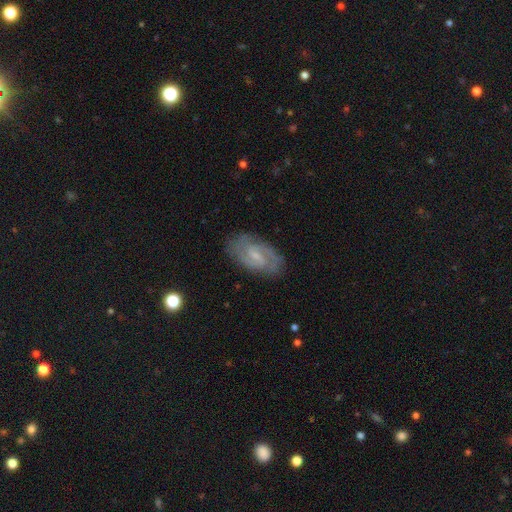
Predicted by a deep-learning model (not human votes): Smooth or featured? featured or disk (81%)
Edge-on disk? no (96%)
Bar? weak (61%)
Spiral arms? yes (94%)
Spiral winding? medium (48%)
Spiral arm count? 2 (80%)
Bulge size? small (63%)
Merging? none (82%)